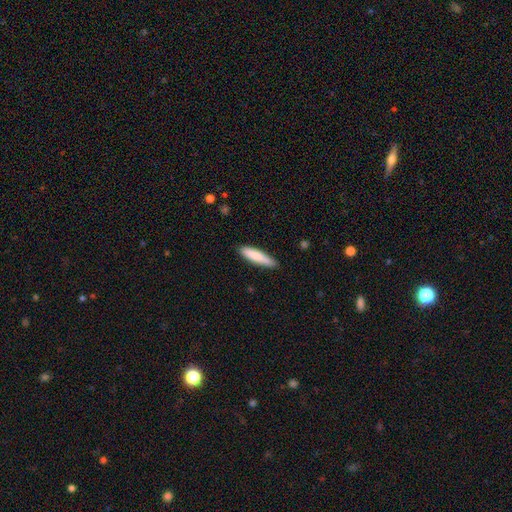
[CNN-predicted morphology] Smooth or featured? smooth (80%)
How rounded? cigar-shaped (80%)
Merging? none (84%)